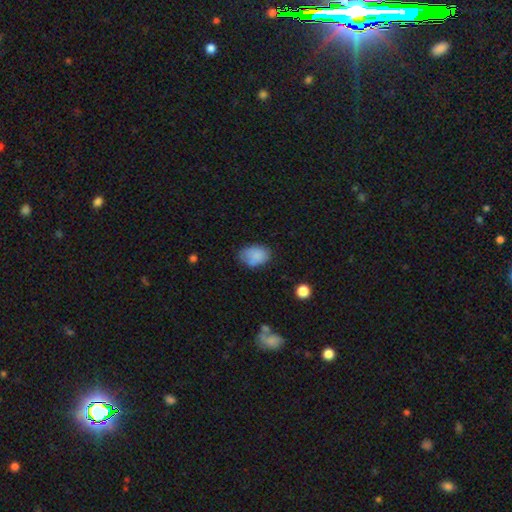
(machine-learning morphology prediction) The model was most divided on "merging": none: 62%, minor disturbance: 27%, major disturbance: 7%, merger: 3%. More confident: smooth or featured — smooth (82%); how rounded — in between (80%).